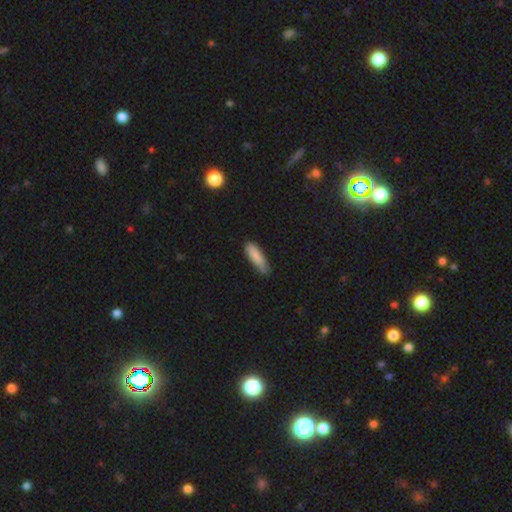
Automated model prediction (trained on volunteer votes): Morphology: type=smooth (85%); roundness=cigar-shaped (59%); merging=none (66%).